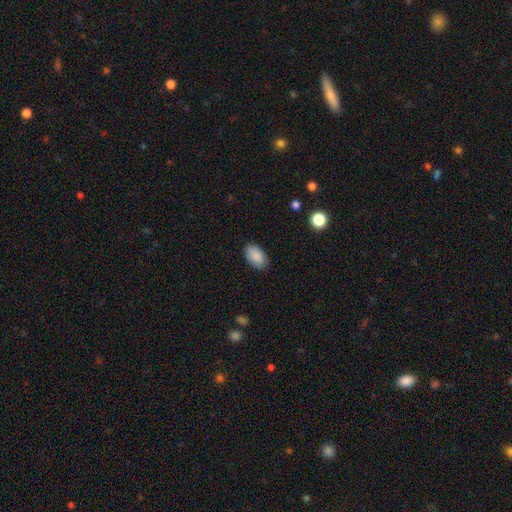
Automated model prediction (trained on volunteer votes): Q: Smooth or featured?
A: smooth (89%); runner-up: star or artifact (7%)
Q: How rounded?
A: in between (92%); runner-up: round (6%)
Q: Merging?
A: none (84%); runner-up: minor disturbance (13%)